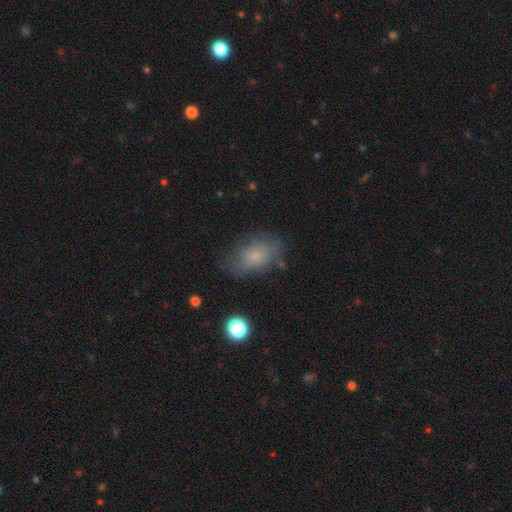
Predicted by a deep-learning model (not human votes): A smooth galaxy with no disk features (63%) that is in between round and cigar-shaped (86%). Merging: none (69%).